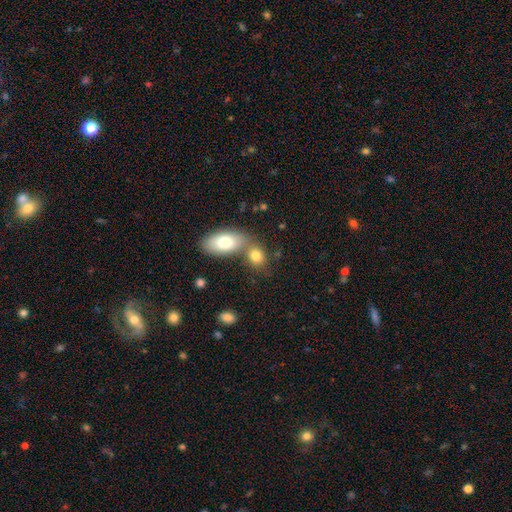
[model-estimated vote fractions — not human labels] Smooth or featured?
  - smooth: 80% *
  - featured or disk: 12%
  - star or artifact: 8%
How rounded?
  - in between: 68% *
  - round: 29%
  - cigar-shaped: 3%
Merging?
  - merger: 45% *
  - none: 43%
  - minor disturbance: 9%
  - major disturbance: 4%